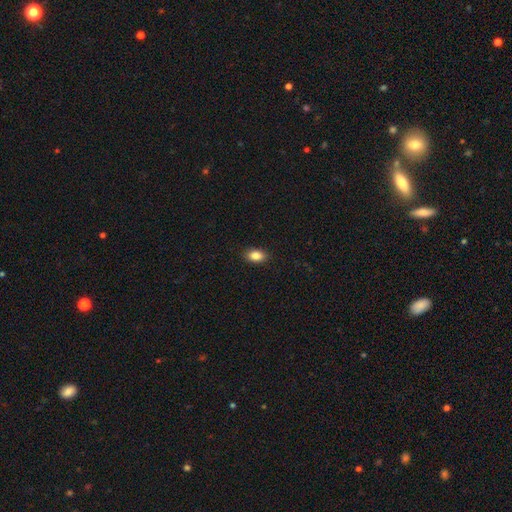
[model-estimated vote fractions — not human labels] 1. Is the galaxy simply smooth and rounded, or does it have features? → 86% smooth, 9% star or artifact, 6% featured or disk.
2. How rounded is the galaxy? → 86% in between, 12% round, 2% cigar-shaped.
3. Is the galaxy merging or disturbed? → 89% none, 8% minor disturbance, 2% major disturbance, 1% merger.